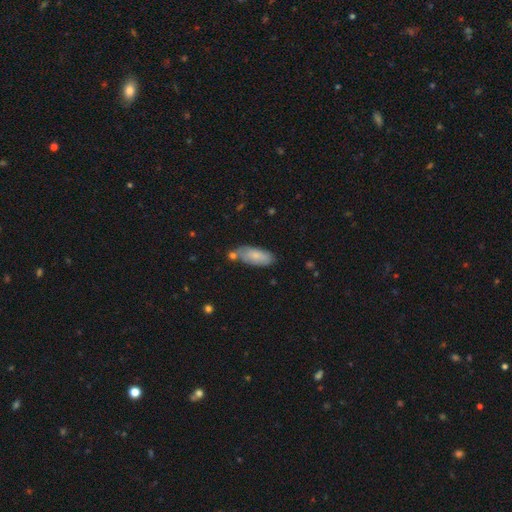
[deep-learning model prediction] This is likely a smooth galaxy (75%). How rounded: clearly in between (81%). Merging: likely none (65%).